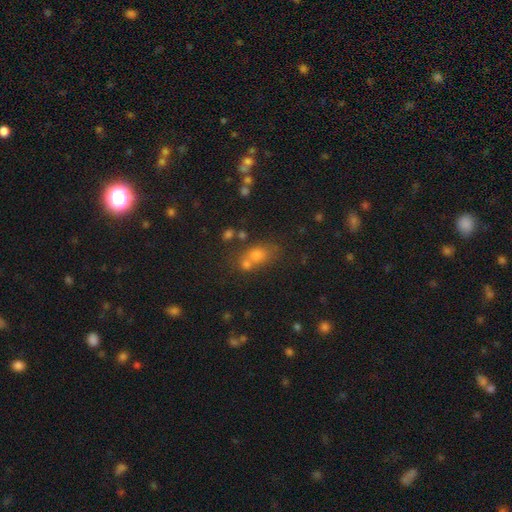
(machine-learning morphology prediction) Q: Smooth or featured?
A: smooth (61%); runner-up: star or artifact (25%)
Q: How rounded?
A: round (54%); runner-up: in between (43%)
Q: Merging?
A: none (45%); runner-up: merger (40%)